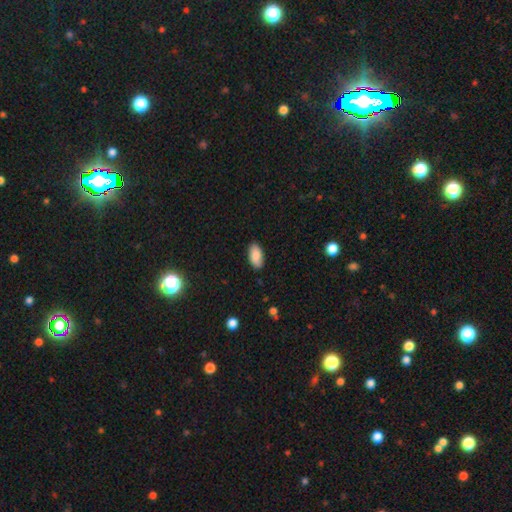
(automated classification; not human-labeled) This appears to be a smooth galaxy with no disk features (88%) that is in between round and cigar-shaped (93%). Merging: none (88%).